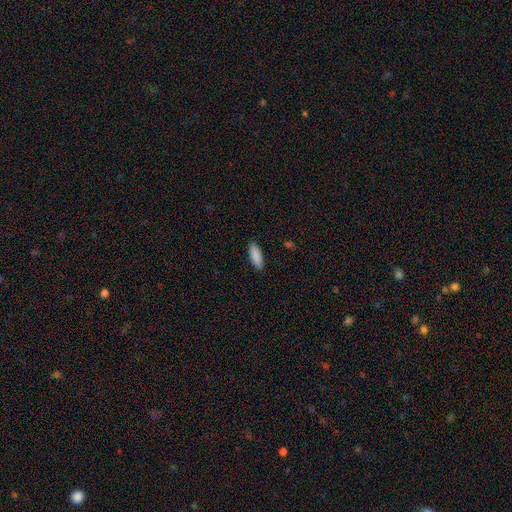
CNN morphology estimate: Overall: smooth (89%). How rounded: in between (59%; cigar-shaped 39%). Merging: none (89%).